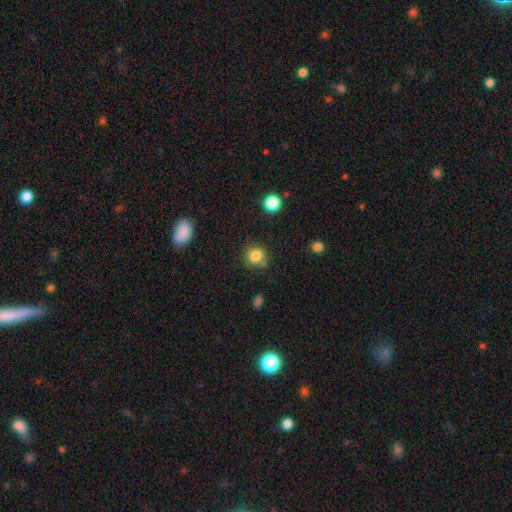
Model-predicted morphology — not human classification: This is clearly a smooth galaxy (82%). How rounded: clearly round (85%). Merging: likely none (73%).